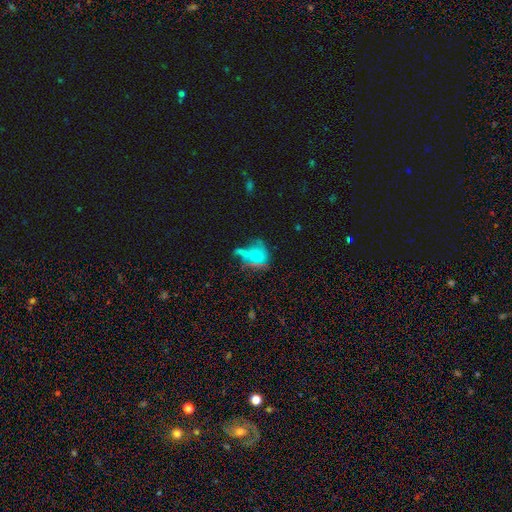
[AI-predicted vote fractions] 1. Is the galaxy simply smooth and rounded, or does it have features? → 47% smooth, 33% featured or disk, 19% star or artifact.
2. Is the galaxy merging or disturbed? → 40% none, 20% major disturbance, 20% merger, 20% minor disturbance.